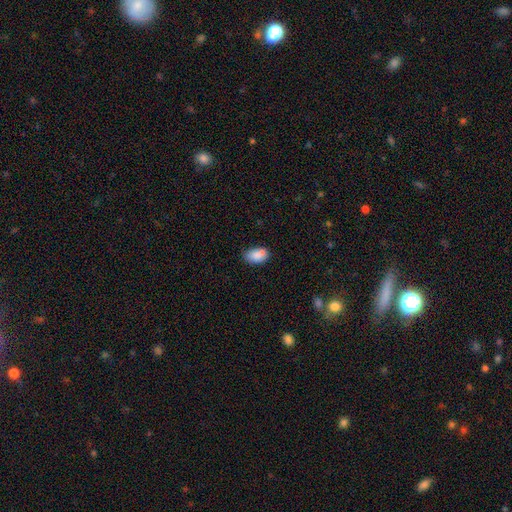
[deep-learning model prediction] Smooth or featured? Predicted: smooth (p=0.83). How rounded? Predicted: in between (p=0.89). Merging? Predicted: none (p=0.59).